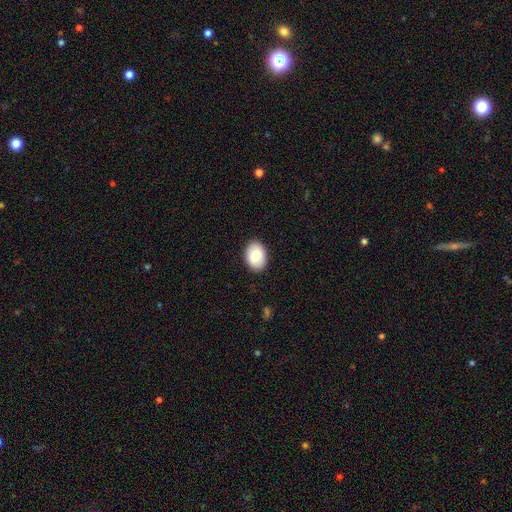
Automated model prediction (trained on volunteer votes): Overall: smooth (85%). How rounded: in between (83%). Merging: none (89%).